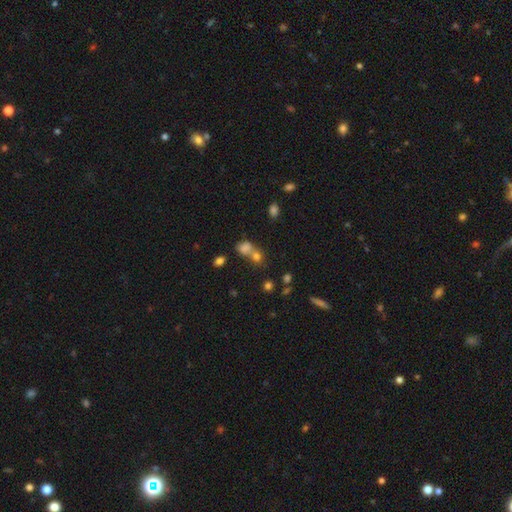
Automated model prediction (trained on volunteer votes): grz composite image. It shows a smooth galaxy with no disk features (55%) that is round (68%). Merging: merger (46%).